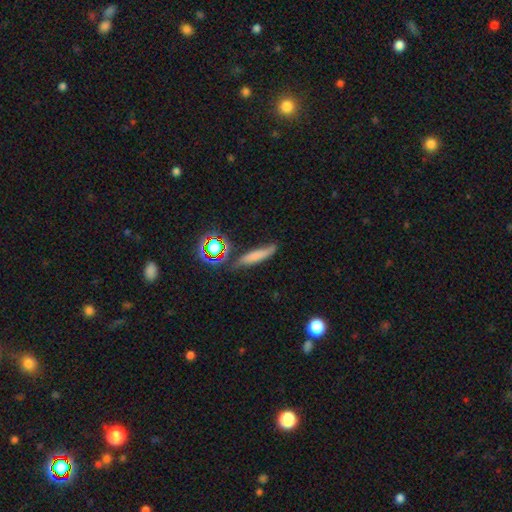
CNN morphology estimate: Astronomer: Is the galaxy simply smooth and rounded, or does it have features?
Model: smooth — 65%.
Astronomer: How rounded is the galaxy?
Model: cigar-shaped — 79%.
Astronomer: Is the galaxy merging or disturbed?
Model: none — 66%.